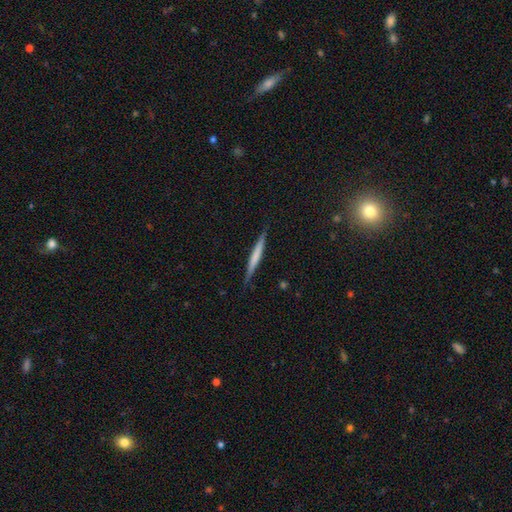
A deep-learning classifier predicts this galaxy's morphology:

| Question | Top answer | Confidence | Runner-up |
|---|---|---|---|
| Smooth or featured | smooth | 49% | featured or disk (45%) |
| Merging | none | 87% | minor disturbance (10%) |